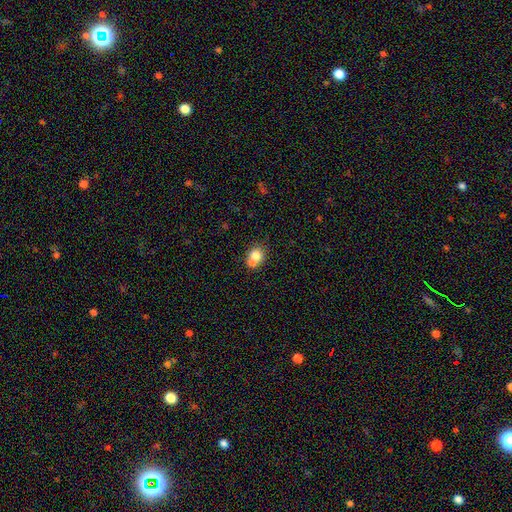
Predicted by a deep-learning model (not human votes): Smooth or featured? Predicted: smooth (p=0.74). How rounded? Predicted: round (p=0.75). Merging? Predicted: merger (p=0.53).